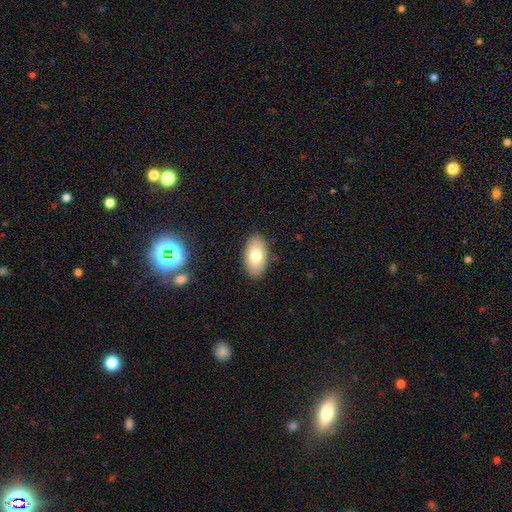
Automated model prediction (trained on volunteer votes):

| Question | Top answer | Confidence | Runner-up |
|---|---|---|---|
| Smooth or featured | smooth | 75% | featured or disk (17%) |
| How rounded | in between | 94% | round (4%) |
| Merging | none | 87% | minor disturbance (9%) |